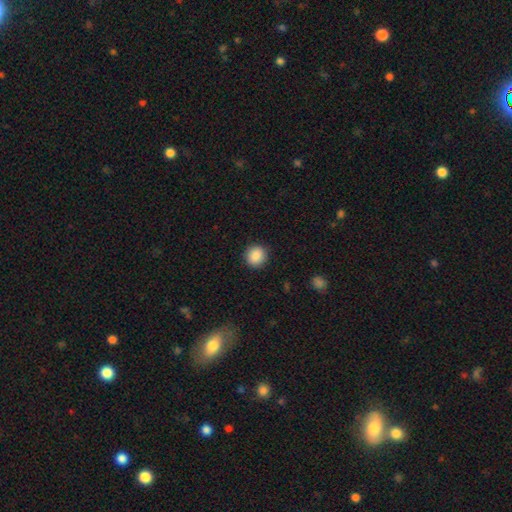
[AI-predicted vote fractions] smooth 89%, star or artifact 8%, featured or disk 3%. Down the decision tree: how rounded — round (89%); merging — none (91%).